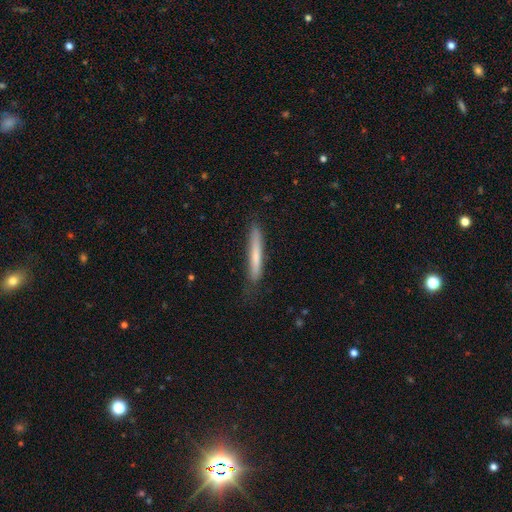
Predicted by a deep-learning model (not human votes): smooth 63%, featured or disk 30%, star or artifact 6%. Down the decision tree: how rounded — cigar-shaped (96%); merging — none (79%).